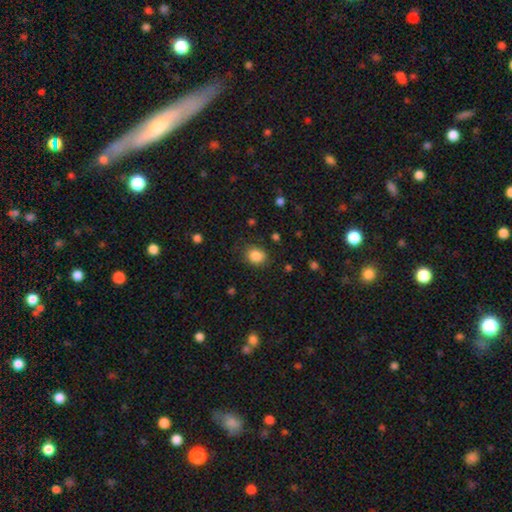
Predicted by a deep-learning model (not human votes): Q: Smooth or featured?
A: smooth (86%); runner-up: star or artifact (10%)
Q: How rounded?
A: round (60%); runner-up: in between (39%)
Q: Merging?
A: none (78%); runner-up: minor disturbance (16%)